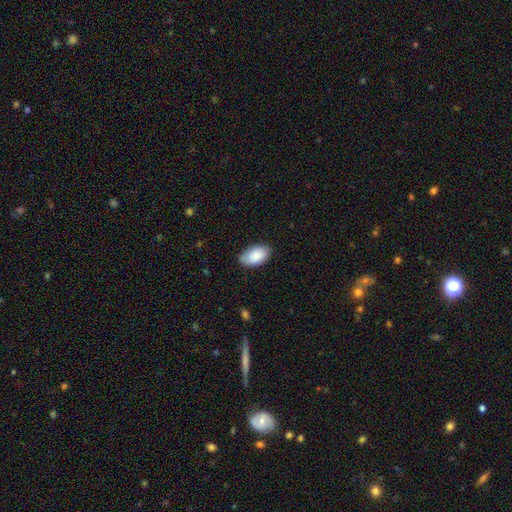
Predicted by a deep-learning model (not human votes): A smooth galaxy with no disk features (86%) that is in between round and cigar-shaped (95%). Merging: none (76%).